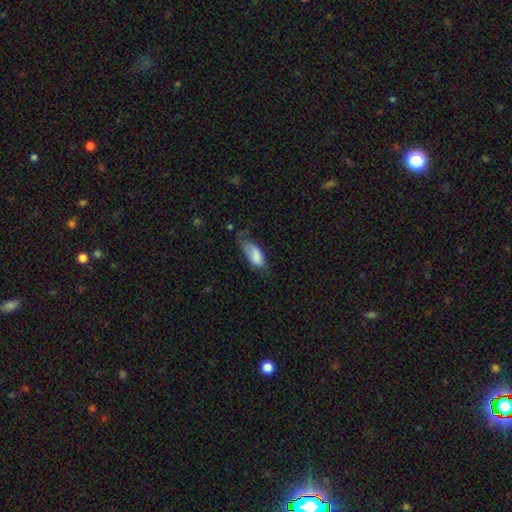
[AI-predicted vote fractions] Q: Smooth or featured?
A: smooth (82%); runner-up: featured or disk (12%)
Q: How rounded?
A: in between (86%); runner-up: cigar-shaped (12%)
Q: Merging?
A: none (40%); runner-up: minor disturbance (38%)